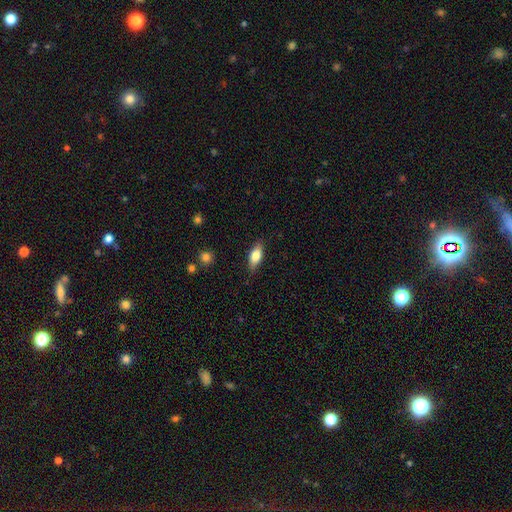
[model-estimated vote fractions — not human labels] Smooth or featured: smooth — 73% (featured or disk — 20%)
How rounded: in between — 79% (cigar-shaped — 17%)
Merging: none — 83% (minor disturbance — 13%)